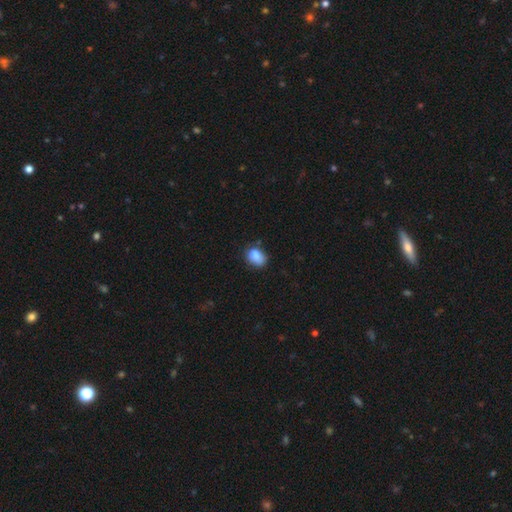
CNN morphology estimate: smooth-or-featured: smooth: 82% | featured or disk: 9% | star or artifact: 9%
  how-rounded: in between: 65% | round: 34% | cigar-shaped: 1%
  merging: none: 57% | minor disturbance: 30% | major disturbance: 8% | merger: 6%